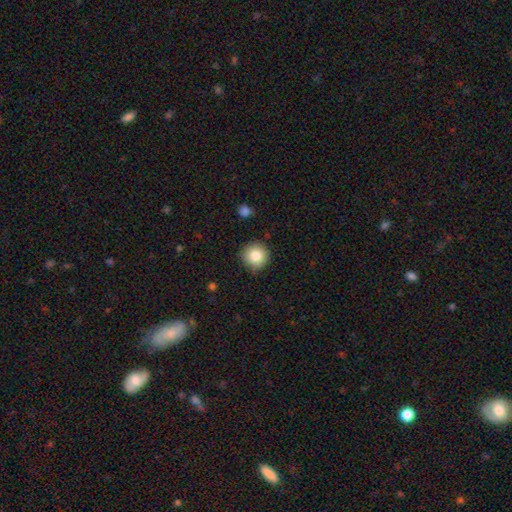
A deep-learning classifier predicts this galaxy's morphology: smooth 84%, star or artifact 9%, featured or disk 6%. Down the decision tree: how rounded — round (94%); merging — none (85%).